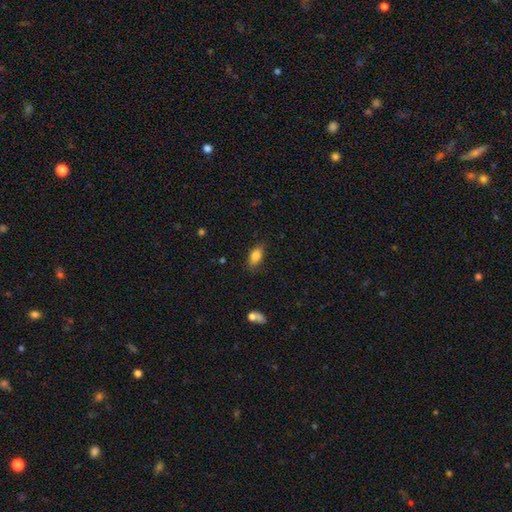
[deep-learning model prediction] Smooth or featured? smooth (81%)
How rounded? in between (85%)
Merging? none (80%)